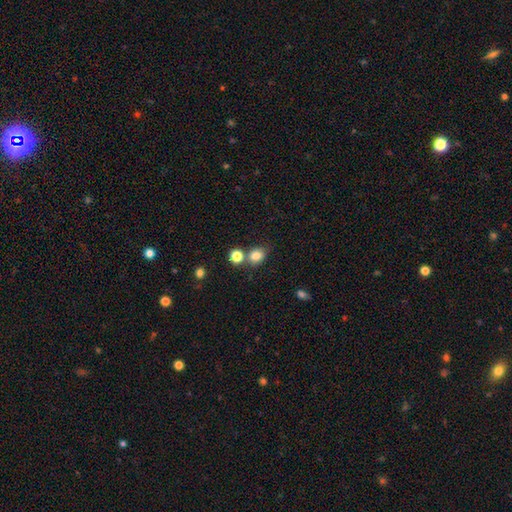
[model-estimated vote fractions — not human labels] Smooth or featured? Predicted: smooth (p=0.82). How rounded? Predicted: round (p=0.58). Merging? Predicted: none (p=0.62).